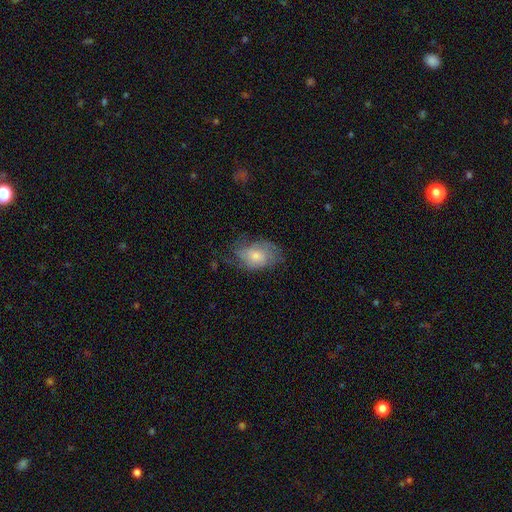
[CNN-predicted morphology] Smooth or featured?
  - featured or disk: 47% *
  - smooth: 44%
  - star or artifact: 9%
Merging?
  - none: 60% *
  - minor disturbance: 26%
  - major disturbance: 13%
  - merger: 1%